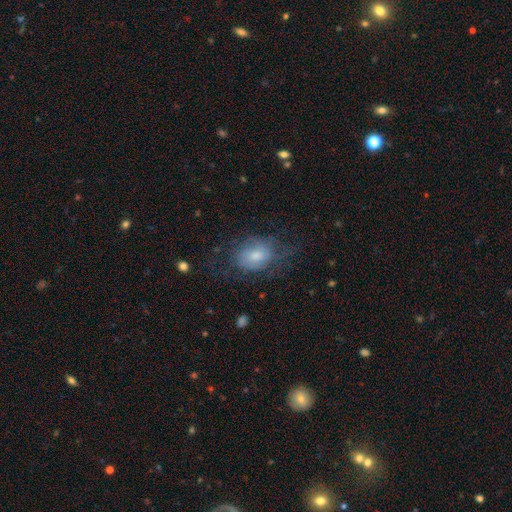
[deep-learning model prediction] Smooth or featured?
  - smooth: 56% *
  - featured or disk: 34%
  - star or artifact: 9%
How rounded?
  - in between: 68% *
  - round: 31%
  - cigar-shaped: 1%
Merging?
  - none: 50% *
  - minor disturbance: 25%
  - major disturbance: 24%
  - merger: 2%